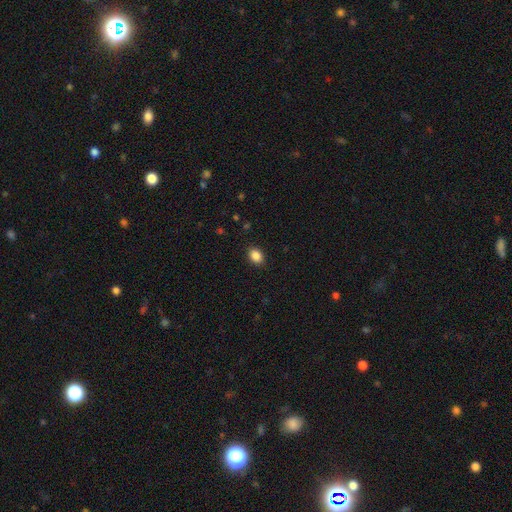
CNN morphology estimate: This appears to be a smooth galaxy with no disk features (88%) that is in between round and cigar-shaped (71%). Merging: none (89%).